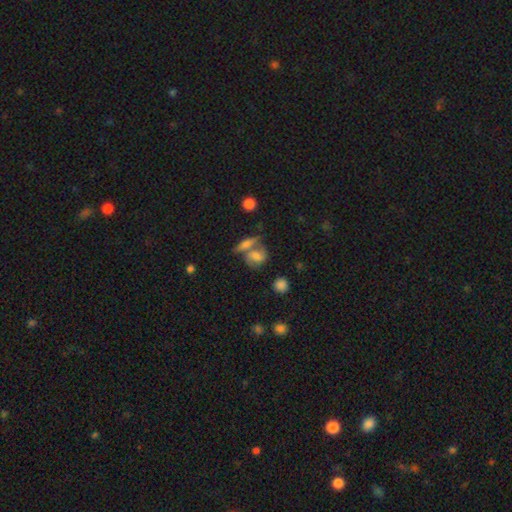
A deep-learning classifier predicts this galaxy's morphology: A smooth galaxy with no disk features (58%) that is in between round and cigar-shaped (58%). Merging: merger (48%).